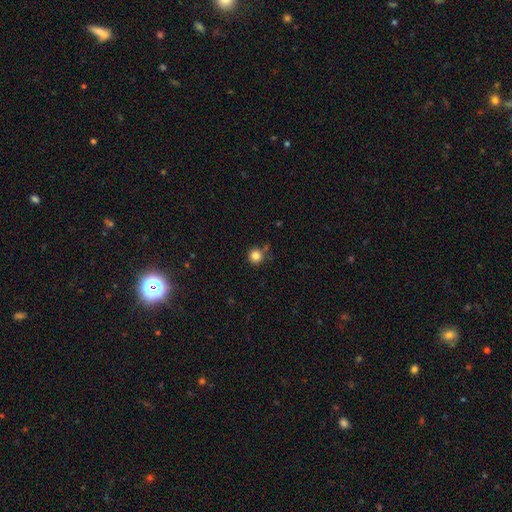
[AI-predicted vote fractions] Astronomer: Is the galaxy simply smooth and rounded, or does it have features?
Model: smooth — 84%.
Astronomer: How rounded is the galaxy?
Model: round — 95%.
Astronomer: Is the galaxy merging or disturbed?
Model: none — 79%.